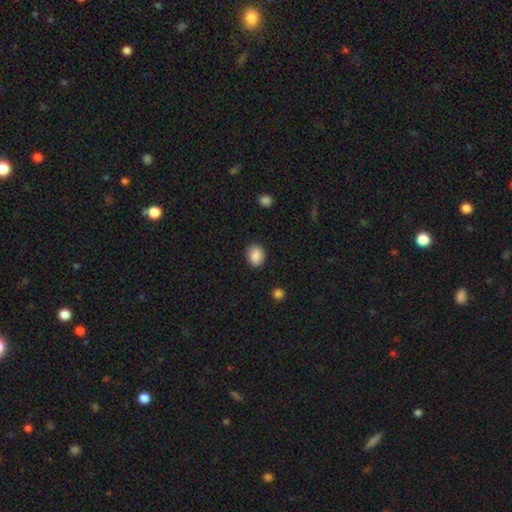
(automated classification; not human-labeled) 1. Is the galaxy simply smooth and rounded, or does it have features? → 88% smooth, 8% star or artifact, 4% featured or disk.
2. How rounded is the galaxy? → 54% in between, 46% round, 1% cigar-shaped.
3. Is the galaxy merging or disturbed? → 86% none, 10% minor disturbance, 3% major disturbance, 1% merger.